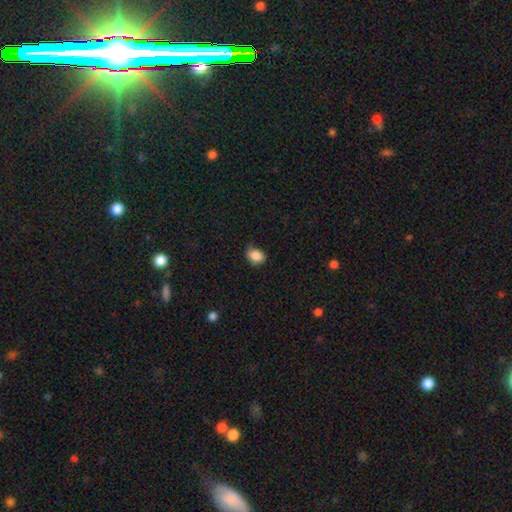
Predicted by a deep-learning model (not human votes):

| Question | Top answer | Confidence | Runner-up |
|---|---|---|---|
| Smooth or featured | smooth | 86% | star or artifact (9%) |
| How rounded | in between | 61% | round (38%) |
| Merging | none | 64% | minor disturbance (28%) |